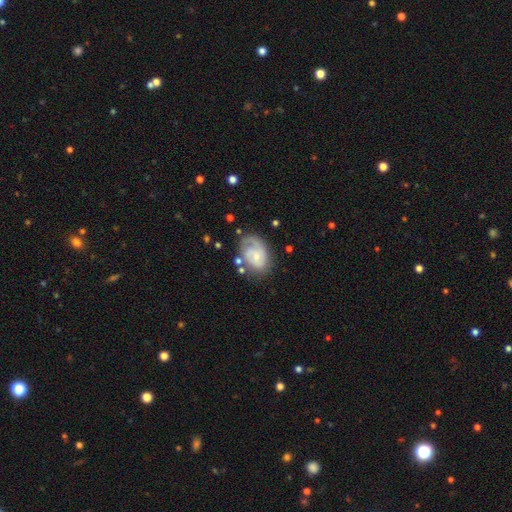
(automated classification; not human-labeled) Overall: featured or disk (67%). Edge-on disk: no (97%). Bar: no (67%; weak 29%). Spiral arms: yes (89%). Spiral arm count: 1 (45%; 2 31%). Spiral winding: tight (48%; medium 36%). Bulge size: small (61%; moderate 24%). Merging: none (58%; minor disturbance 23%).